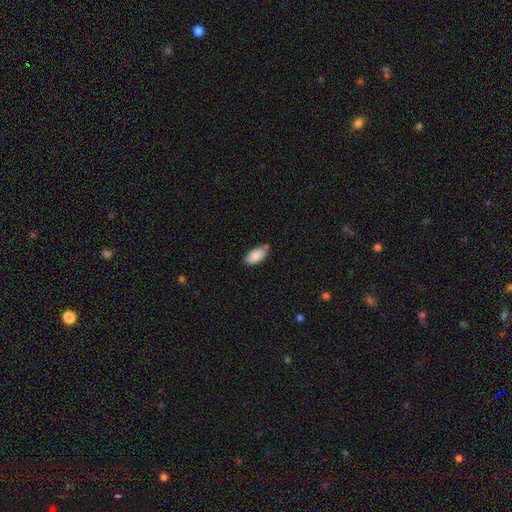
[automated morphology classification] smooth-or-featured: smooth: 87% | star or artifact: 7% | featured or disk: 6%
  how-rounded: in between: 93% | cigar-shaped: 5% | round: 2%
  merging: none: 67% | minor disturbance: 22% | merger: 8% | major disturbance: 4%